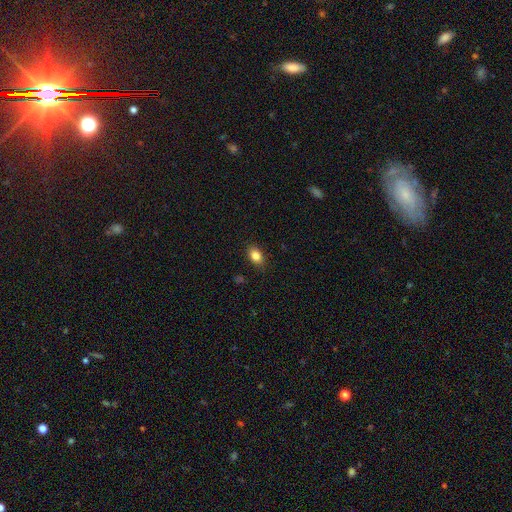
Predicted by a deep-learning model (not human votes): A smooth galaxy with no disk features (84%) that is in between round and cigar-shaped (77%). Merging: none (86%).